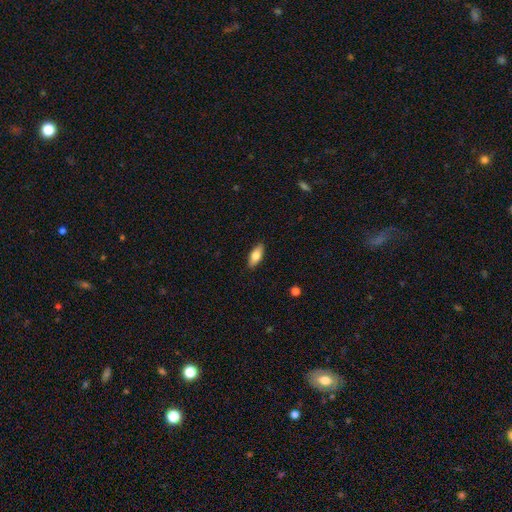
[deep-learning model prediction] smooth_or_featured: smooth (p=0.77) [alt: featured or disk p=0.17]
how_rounded: in between (p=0.82) [alt: cigar-shaped p=0.16]
merging: none (p=0.89) [alt: minor disturbance p=0.08]